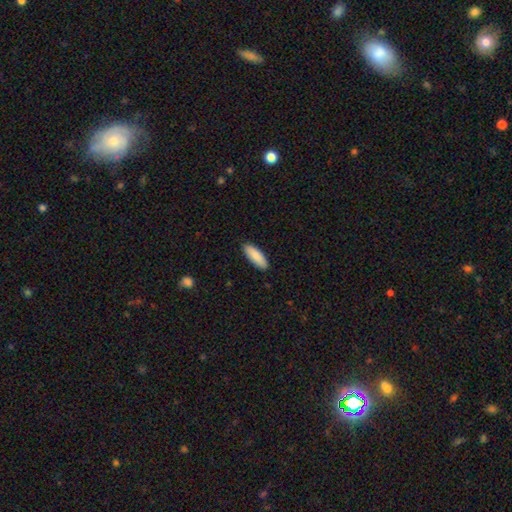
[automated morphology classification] Smooth or featured: smooth — 88% (featured or disk — 6%)
How rounded: in between — 67% (cigar-shaped — 32%)
Merging: none — 89% (minor disturbance — 8%)